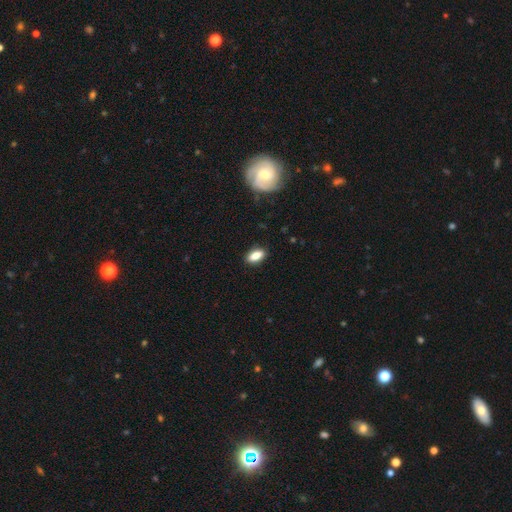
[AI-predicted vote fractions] A smooth galaxy with no disk features (83%) that is in between round and cigar-shaped (83%).

Vote fractions:
- Smooth or featured? smooth: 83% / featured or disk: 8% / star or artifact: 8%
- How rounded? in between: 83% / cigar-shaped: 12% / round: 4%
- Merging? none: 87% / minor disturbance: 10% / major disturbance: 2% / merger: 1%